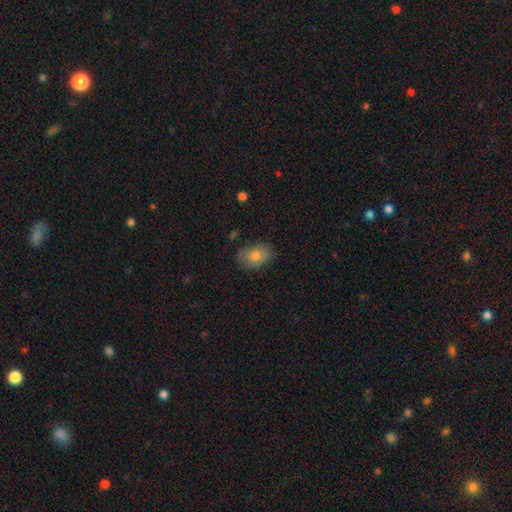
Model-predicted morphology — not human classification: This is likely a smooth galaxy (75%). How rounded: clearly in between (81%). Merging: likely none (80%).